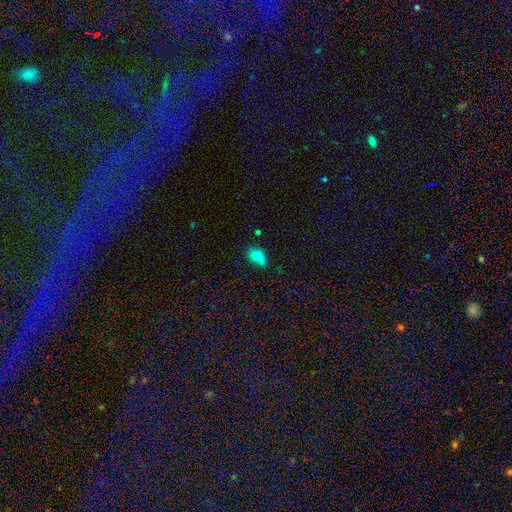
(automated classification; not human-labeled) Morphology: type=smooth (70%); roundness=in between (78%); merging=none (39%).